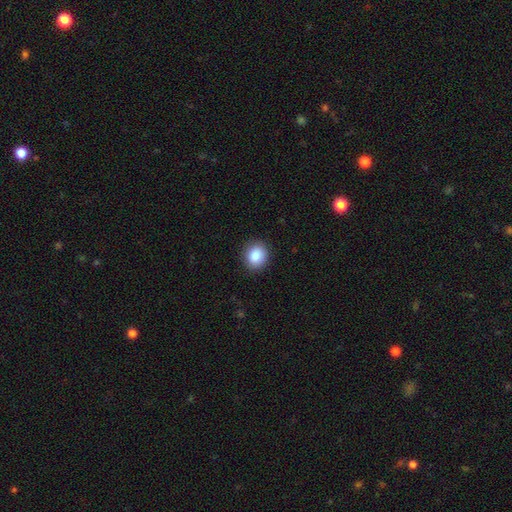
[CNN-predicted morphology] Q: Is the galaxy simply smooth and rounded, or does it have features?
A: smooth — 87%.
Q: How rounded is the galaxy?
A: round — 76%.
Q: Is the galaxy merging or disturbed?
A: none — 89%.